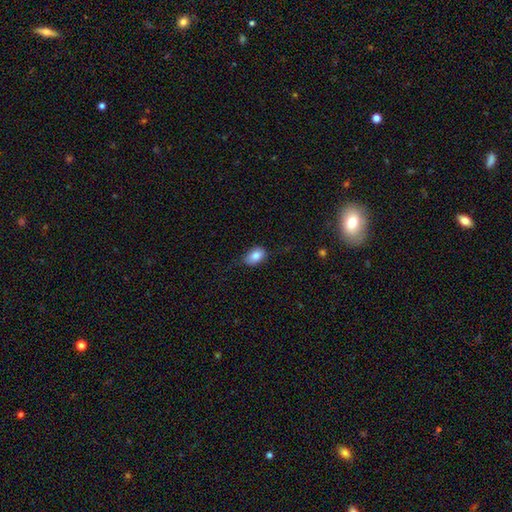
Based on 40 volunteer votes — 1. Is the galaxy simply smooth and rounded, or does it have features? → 90% smooth, 8% featured or disk, 2% star or artifact.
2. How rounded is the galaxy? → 92% in between, 8% round, 0% cigar-shaped.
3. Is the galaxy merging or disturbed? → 74% none, 18% minor disturbance, 5% major disturbance, 3% merger.